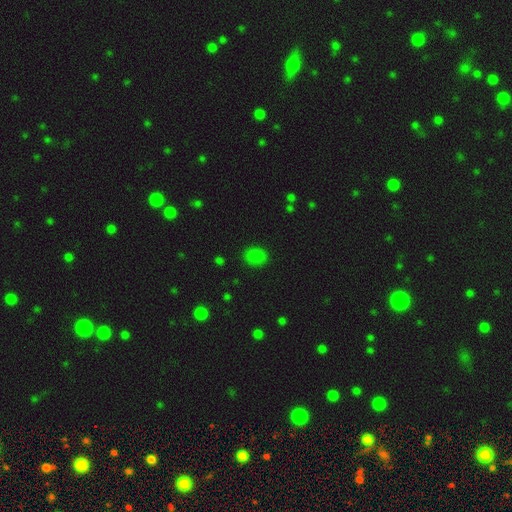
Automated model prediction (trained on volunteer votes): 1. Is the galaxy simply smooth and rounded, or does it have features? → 81% smooth, 15% star or artifact, 4% featured or disk.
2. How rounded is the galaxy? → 68% in between, 31% round, 2% cigar-shaped.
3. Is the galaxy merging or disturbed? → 82% none, 13% minor disturbance, 4% major disturbance, 1% merger.